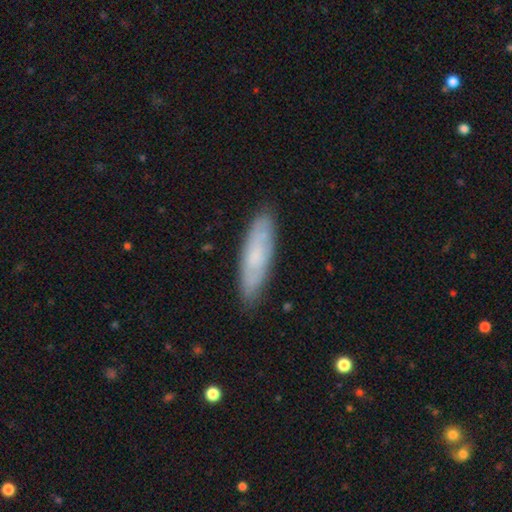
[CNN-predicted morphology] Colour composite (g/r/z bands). It shows a smooth galaxy with no disk features (62%) that is cigar-shaped (61%). Merging: none (83%).